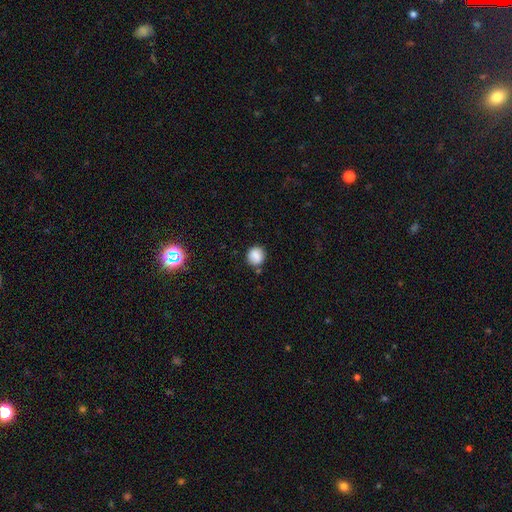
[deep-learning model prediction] Smooth or featured?
  - smooth: 85% *
  - star or artifact: 10%
  - featured or disk: 6%
How rounded?
  - round: 85% *
  - in between: 14%
  - cigar-shaped: 1%
Merging?
  - none: 80% *
  - minor disturbance: 13%
  - merger: 4%
  - major disturbance: 3%